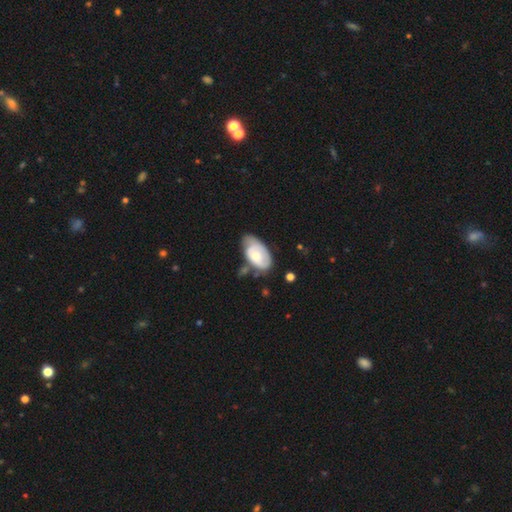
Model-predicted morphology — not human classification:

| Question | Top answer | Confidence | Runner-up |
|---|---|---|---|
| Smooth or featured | smooth | 52% | featured or disk (43%) |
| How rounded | in between | 93% | round (5%) |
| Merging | none | 45% | minor disturbance (36%) |